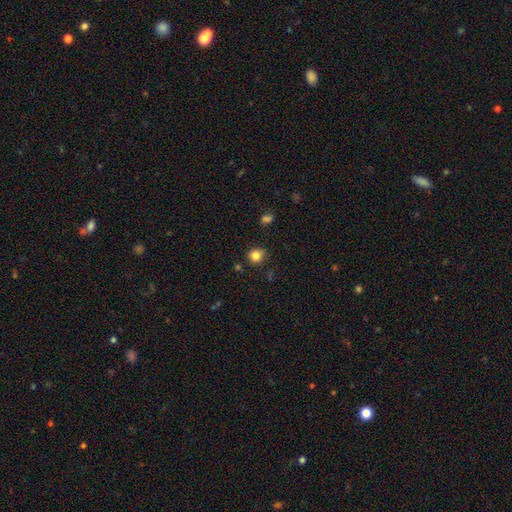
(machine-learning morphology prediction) The model was most divided on "how rounded": round: 83%, in between: 16%, cigar-shaped: 1%. More confident: merging — none (85%); smooth or featured — smooth (83%).